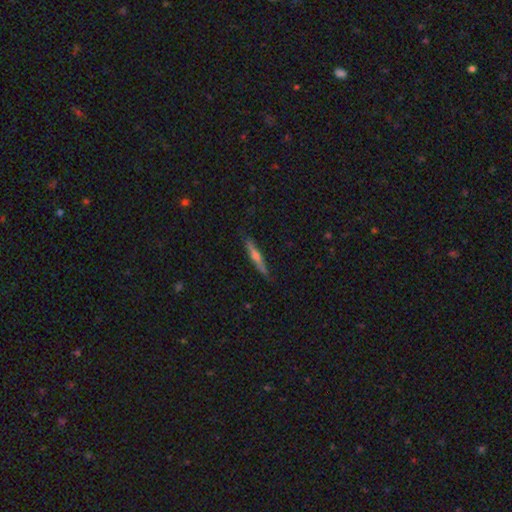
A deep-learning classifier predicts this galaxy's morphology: The model was most divided on "smooth or featured": featured or disk: 63%, smooth: 31%, star or artifact: 7%. More confident: edge-on disk — yes (97%); merging — none (87%); edge-on bulge — rounded (82%).